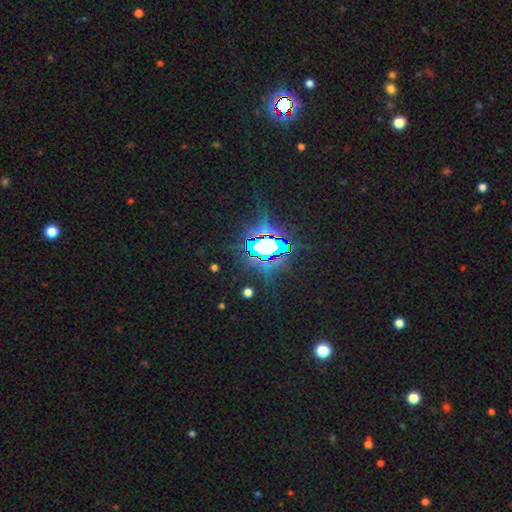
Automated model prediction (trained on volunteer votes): smooth_or_featured: star or artifact (p=0.76) [alt: smooth p=0.13]